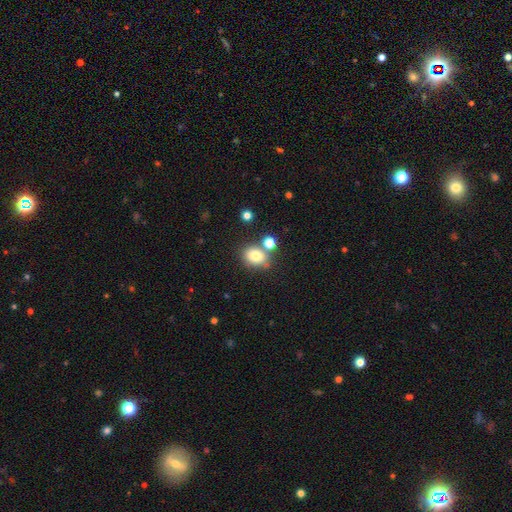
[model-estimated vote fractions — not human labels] Q: Smooth or featured?
A: smooth (77%); runner-up: star or artifact (12%)
Q: How rounded?
A: round (51%); runner-up: in between (48%)
Q: Merging?
A: none (63%); runner-up: merger (21%)